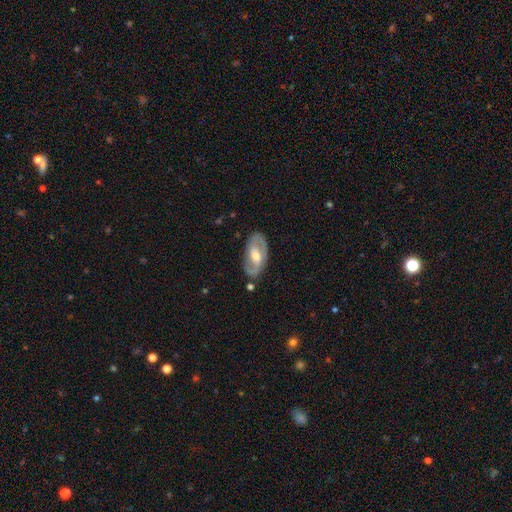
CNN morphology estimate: Smooth or featured?
  - featured or disk: 77% *
  - smooth: 18%
  - star or artifact: 5%
Edge-on disk?
  - no: 94% *
  - yes: 6%
Bar?
  - weak: 46% *
  - no: 28%
  - strong: 26%
Spiral arms?
  - yes: 84% *
  - no: 16%
Spiral winding?
  - medium: 48% *
  - tight: 33%
  - loose: 18%
Spiral arm count?
  - 2: 85% *
  - can't tell: 8%
  - 1: 3%
  - 3: 1%
  - 4: 1%
  - more than 4: 1%
Bulge size?
  - moderate: 61% *
  - large: 19%
  - small: 16%
  - none: 3%
  - dominant: 1%
Merging?
  - none: 81% *
  - minor disturbance: 13%
  - major disturbance: 4%
  - merger: 2%